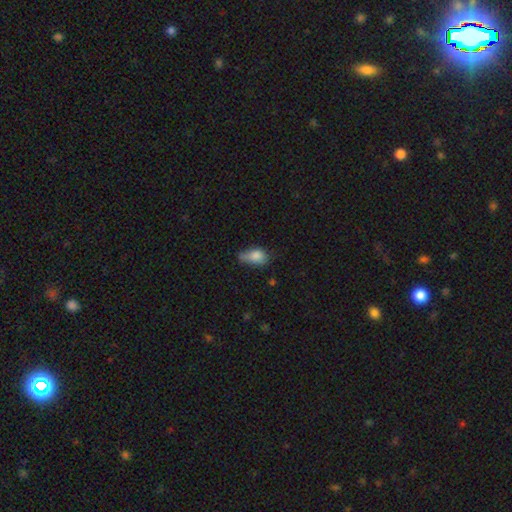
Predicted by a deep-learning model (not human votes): Smooth or featured: smooth — 81% (featured or disk — 10%)
How rounded: in between — 84% (round — 12%)
Merging: minor disturbance — 44% (none — 34%)